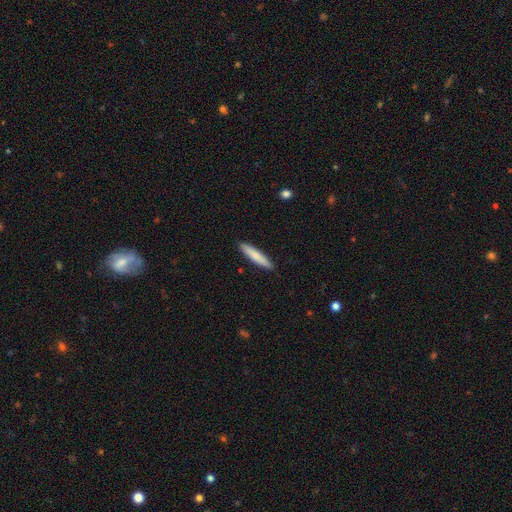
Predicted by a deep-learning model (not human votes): A smooth galaxy with no disk features (80%) that is cigar-shaped (90%).

Vote fractions:
- Smooth or featured? smooth: 80% / featured or disk: 15% / star or artifact: 5%
- How rounded? cigar-shaped: 90% / in between: 9% / round: 1%
- Merging? none: 90% / minor disturbance: 7% / major disturbance: 1% / merger: 1%